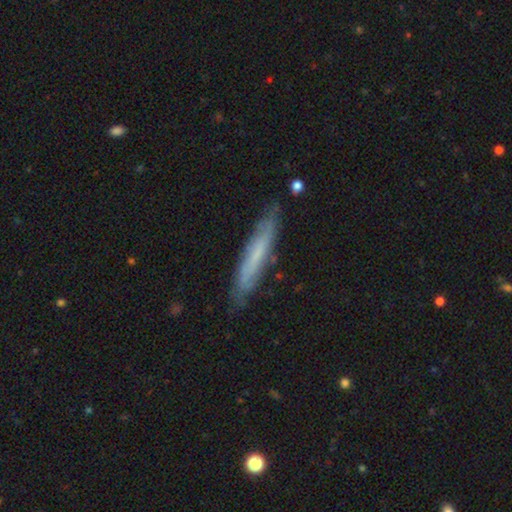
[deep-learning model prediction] smooth_or_featured: smooth (p=0.47) [alt: featured or disk p=0.46]
merging: none (p=0.81) [alt: minor disturbance p=0.15]